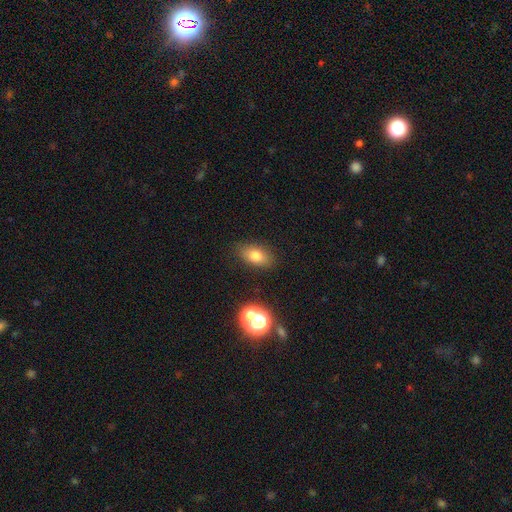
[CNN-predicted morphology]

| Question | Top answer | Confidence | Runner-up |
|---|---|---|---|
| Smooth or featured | smooth | 76% | star or artifact (12%) |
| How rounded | in between | 85% | round (12%) |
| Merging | none | 84% | minor disturbance (11%) |